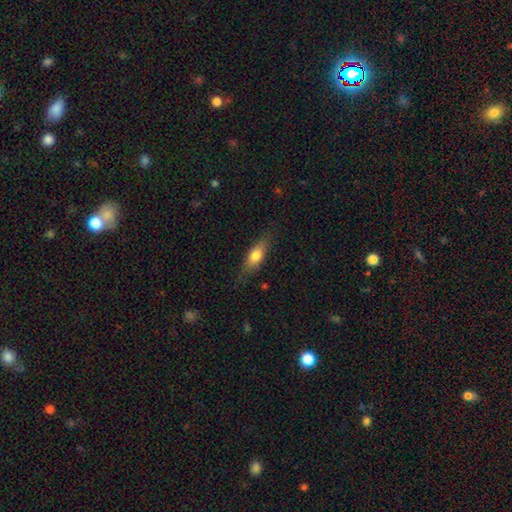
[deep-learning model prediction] A smooth galaxy with no disk features (70%) that is in between round and cigar-shaped (62%).

Vote fractions:
- Smooth or featured? smooth: 70% / featured or disk: 24% / star or artifact: 7%
- How rounded? in between: 62% / cigar-shaped: 34% / round: 4%
- Merging? none: 77% / minor disturbance: 17% / major disturbance: 4% / merger: 1%